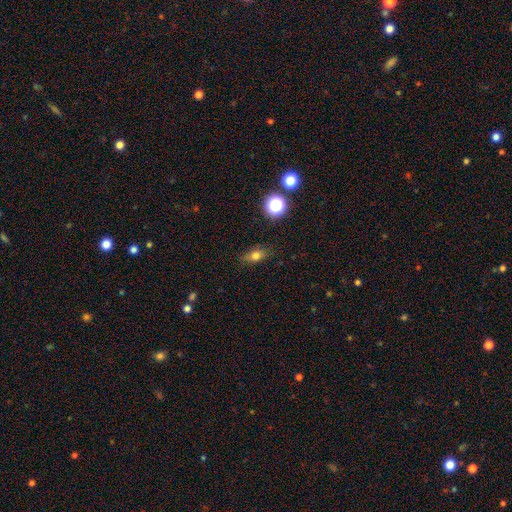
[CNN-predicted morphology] smooth-or-featured: smooth: 69% | featured or disk: 17% | star or artifact: 14%
  how-rounded: in between: 67% | round: 20% | cigar-shaped: 13%
  merging: none: 80% | minor disturbance: 15% | major disturbance: 4% | merger: 1%